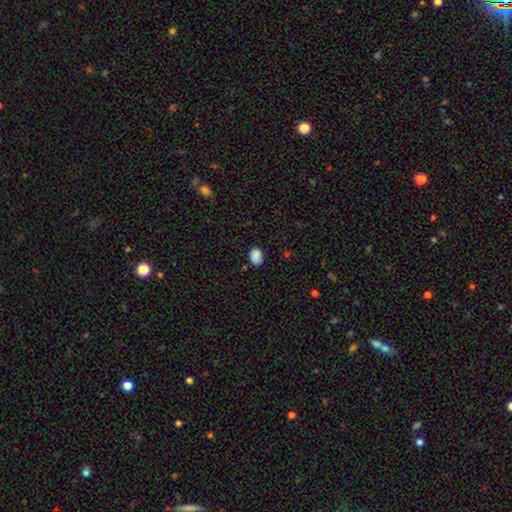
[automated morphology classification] The model was most divided on "how rounded": in between: 69%, round: 30%, cigar-shaped: 1%. More confident: smooth or featured — smooth (87%); merging — none (78%).